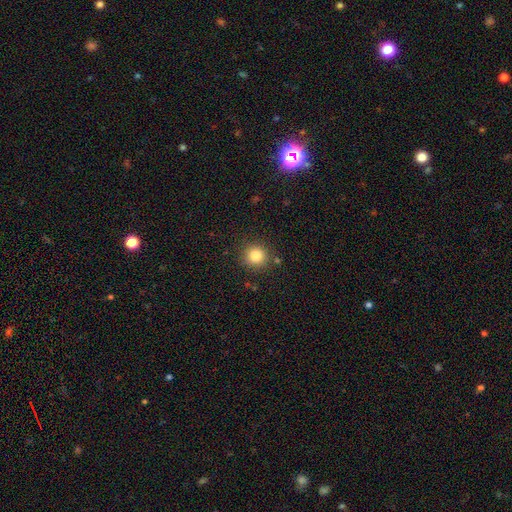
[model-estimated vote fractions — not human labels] Smooth or featured?
  - smooth: 83% *
  - star or artifact: 11%
  - featured or disk: 6%
How rounded?
  - round: 93% *
  - in between: 6%
  - cigar-shaped: 1%
Merging?
  - none: 87% *
  - minor disturbance: 8%
  - merger: 3%
  - major disturbance: 3%